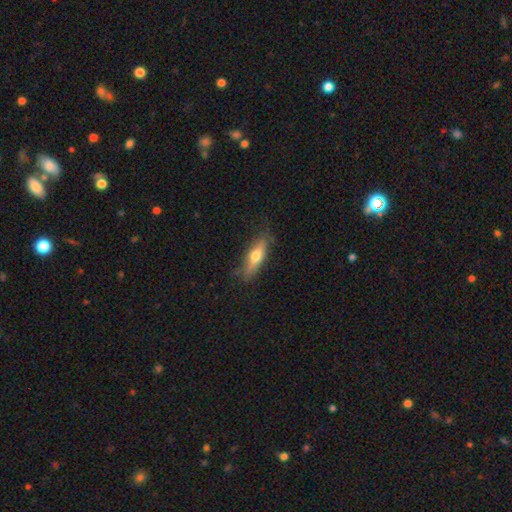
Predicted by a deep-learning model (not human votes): This appears to be a smooth galaxy with no disk features (52%) that is cigar-shaped (60%). Merging: none (76%).